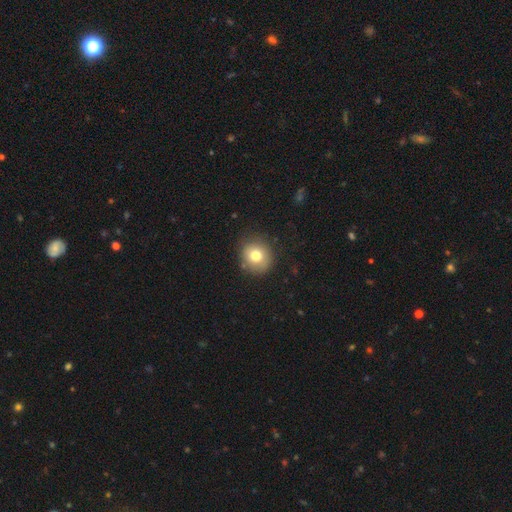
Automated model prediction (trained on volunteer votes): The model was most divided on "smooth or featured": smooth: 75%, featured or disk: 14%, star or artifact: 11%. More confident: how rounded — round (86%); merging — none (83%).